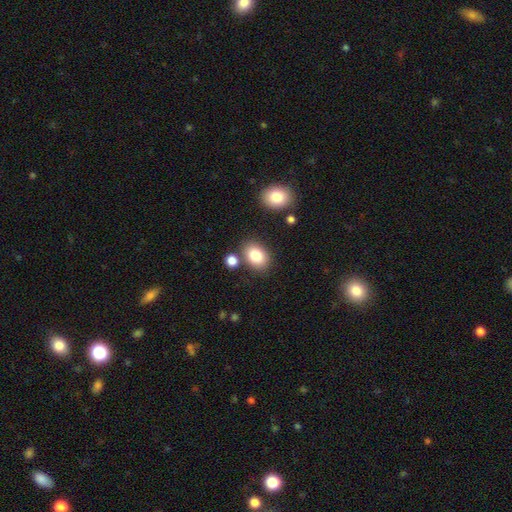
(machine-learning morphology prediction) This appears to be a smooth galaxy with no disk features (82%) that is in between round and cigar-shaped (74%). Merging: none (77%).